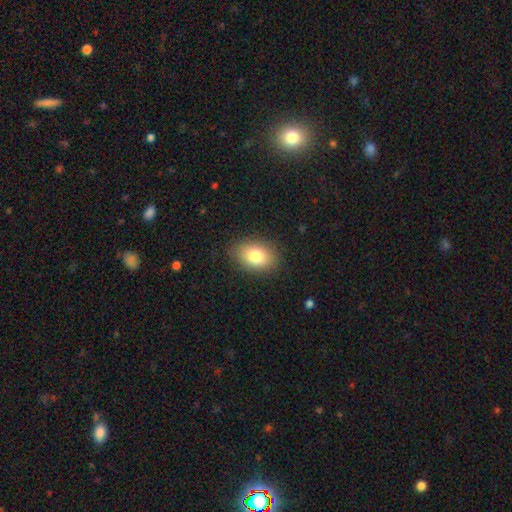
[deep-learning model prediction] Smooth or featured? Predicted: smooth (p=0.82). How rounded? Predicted: in between (p=0.82). Merging? Predicted: none (p=0.85).